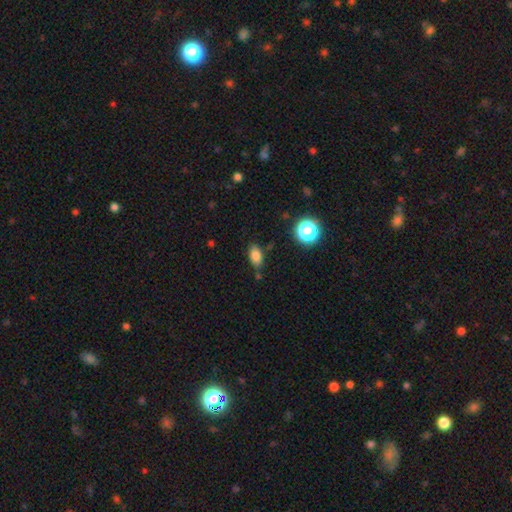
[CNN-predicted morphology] This is clearly a smooth galaxy (80%). How rounded: clearly in between (87%). Merging: likely none (79%).